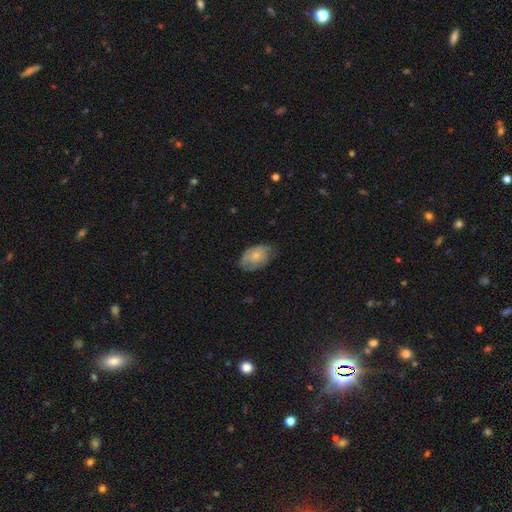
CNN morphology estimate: type=smooth (68%); roundness=in between (88%); merging=none (59%).